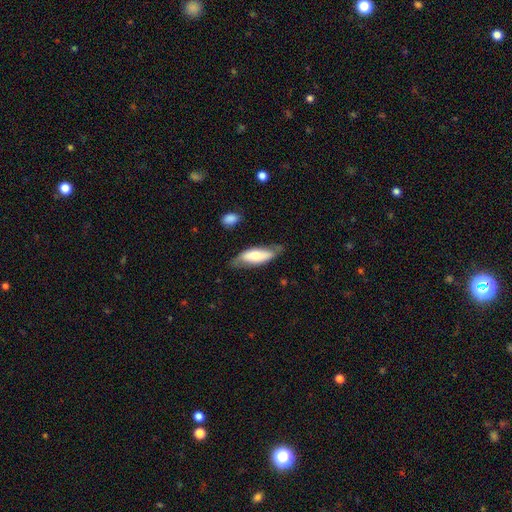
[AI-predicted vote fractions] Overall: smooth (62%; featured or disk 33%). How rounded: in between (66%; cigar-shaped 31%). Merging: none (63%; minor disturbance 27%).